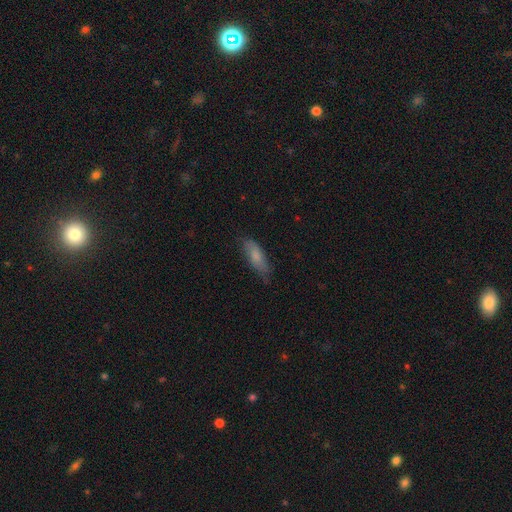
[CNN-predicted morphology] Q: Smooth or featured?
A: smooth (77%); runner-up: featured or disk (17%)
Q: How rounded?
A: in between (60%); runner-up: cigar-shaped (38%)
Q: Merging?
A: none (71%); runner-up: minor disturbance (23%)